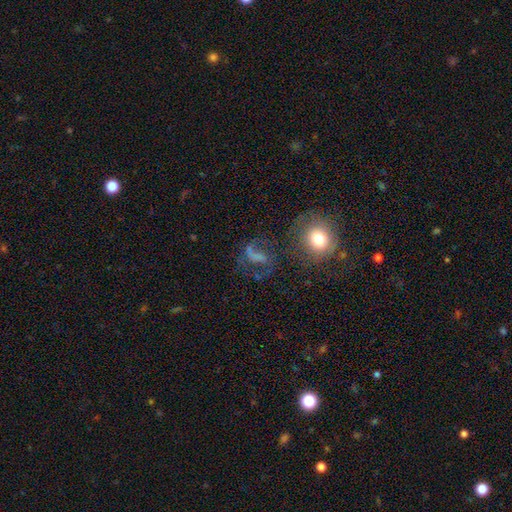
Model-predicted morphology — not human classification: This appears to be a featured or disk galaxy (50%). Merging: none (49%).